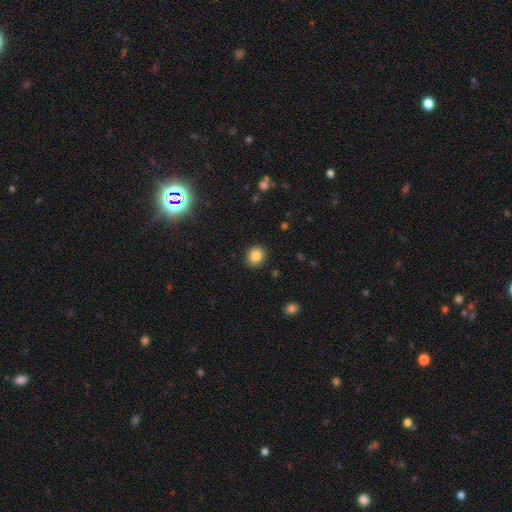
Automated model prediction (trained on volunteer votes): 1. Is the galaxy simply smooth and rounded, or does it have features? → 84% smooth, 10% star or artifact, 6% featured or disk.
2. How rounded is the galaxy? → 73% round, 26% in between, 1% cigar-shaped.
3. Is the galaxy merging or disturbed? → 90% none, 7% minor disturbance, 2% major disturbance, 1% merger.